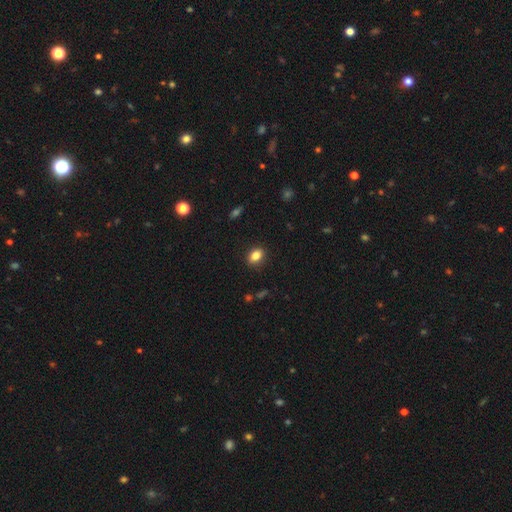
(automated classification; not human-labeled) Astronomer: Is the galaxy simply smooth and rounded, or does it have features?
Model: smooth — 84%.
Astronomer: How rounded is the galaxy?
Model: in between — 68%.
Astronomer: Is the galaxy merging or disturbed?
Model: none — 89%.